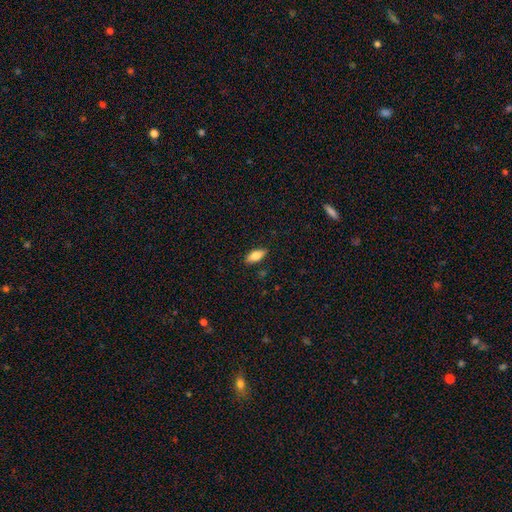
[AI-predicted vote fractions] This appears to be a smooth galaxy with no disk features (79%) that is in between round and cigar-shaped (83%). Merging: none (87%).